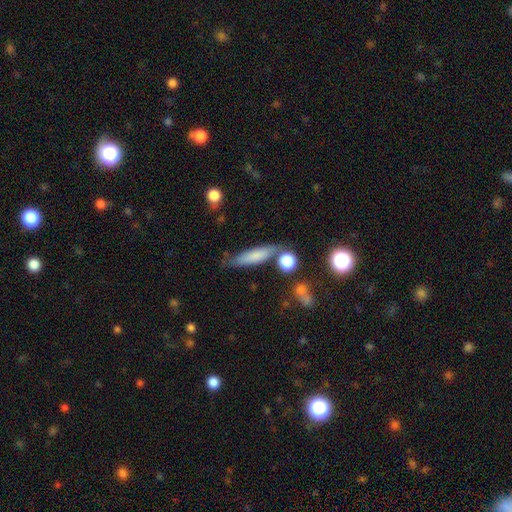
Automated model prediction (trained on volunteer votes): This appears to be a smooth galaxy with no disk features (74%) that is cigar-shaped (73%). Merging: none (67%).